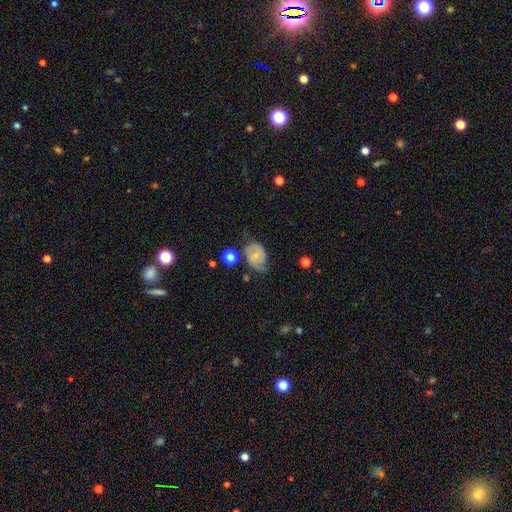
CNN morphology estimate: type=featured or disk (49%); merging=none (46%).